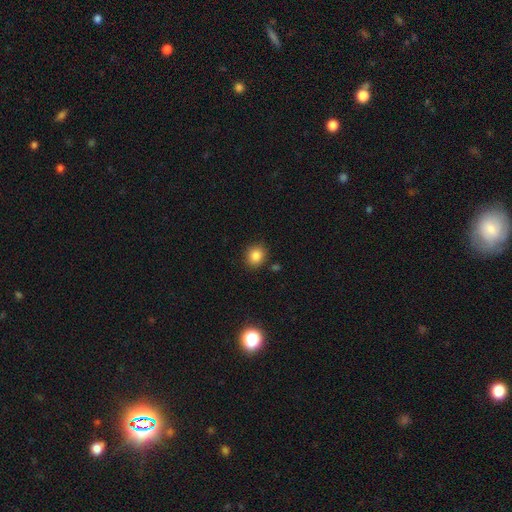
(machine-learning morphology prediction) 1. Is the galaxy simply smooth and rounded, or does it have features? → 84% smooth, 11% star or artifact, 5% featured or disk.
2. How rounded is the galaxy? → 75% round, 24% in between, 1% cigar-shaped.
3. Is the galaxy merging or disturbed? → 86% none, 9% minor disturbance, 3% merger, 2% major disturbance.